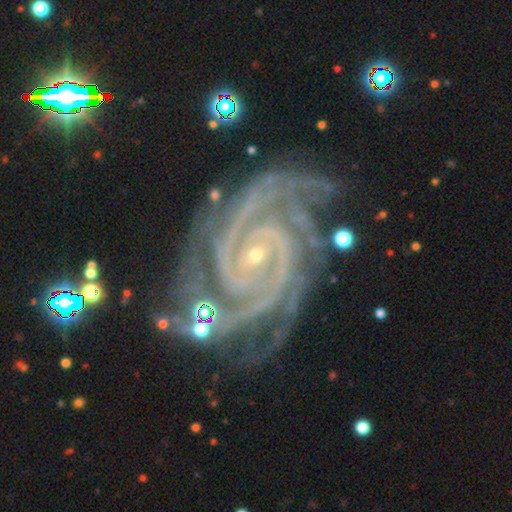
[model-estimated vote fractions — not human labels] Smooth or featured?
  - featured or disk: 93% *
  - star or artifact: 5%
  - smooth: 2%
Edge-on disk?
  - no: 98% *
  - yes: 2%
Bar?
  - no: 54% *
  - weak: 28%
  - strong: 18%
Spiral arms?
  - yes: 99% *
  - no: 1%
Spiral winding?
  - tight: 76% *
  - medium: 22%
  - loose: 3%
Spiral arm count?
  - 2: 39% *
  - 3: 23%
  - 4: 15%
  - can't tell: 9%
  - more than 4: 8%
  - 1: 7%
Bulge size?
  - small: 85% *
  - moderate: 11%
  - none: 1%
  - large: 1%
  - dominant: 1%
Merging?
  - none: 69% *
  - minor disturbance: 20%
  - major disturbance: 7%
  - merger: 4%